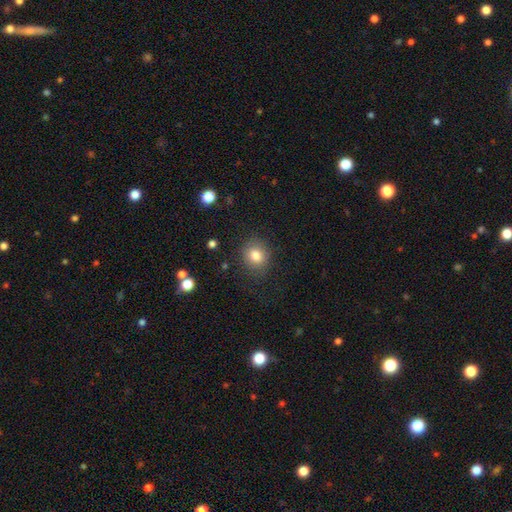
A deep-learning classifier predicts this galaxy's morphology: The model was most divided on "how rounded": round: 73%, in between: 26%, cigar-shaped: 1%. More confident: merging — none (83%); smooth or featured — smooth (82%).